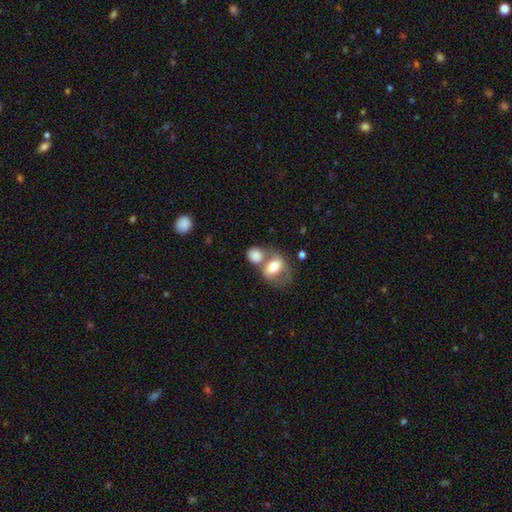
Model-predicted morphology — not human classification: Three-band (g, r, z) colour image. It shows a smooth galaxy with no disk features (74%) that is in between round and cigar-shaped (52%). Merging: merger (52%).